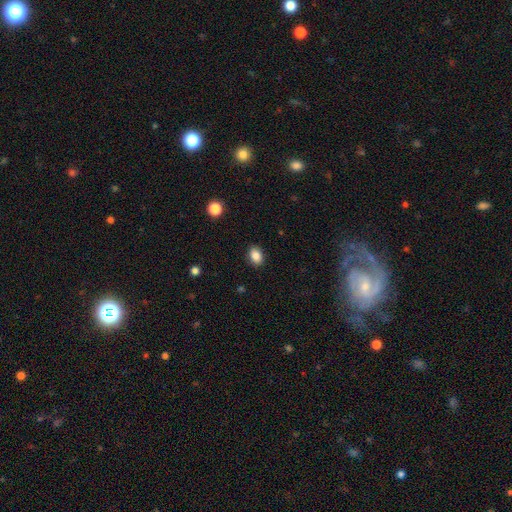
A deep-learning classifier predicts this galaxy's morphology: smooth 86%, star or artifact 9%, featured or disk 5%. Down the decision tree: how rounded — in between (78%); merging — none (89%).